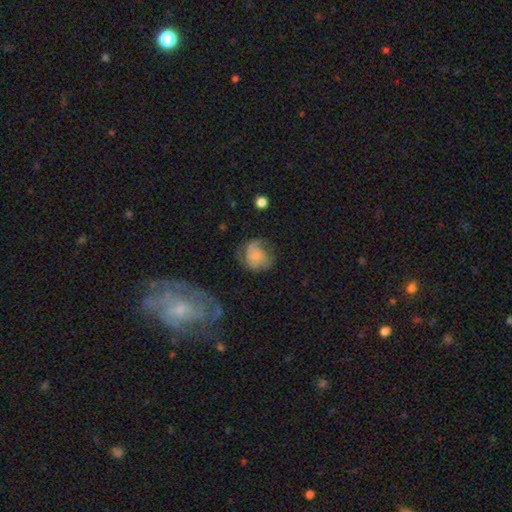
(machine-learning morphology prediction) type=featured or disk (58%); edge-on=no (98%); bar=no (73%); spiral arms=yes (85%); bulge=small (58%); merging=none (48%).